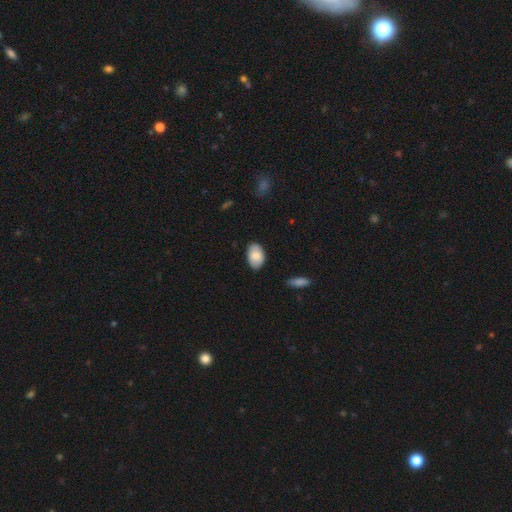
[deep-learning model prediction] Overall: smooth (83%). How rounded: in between (91%). Merging: none (83%).